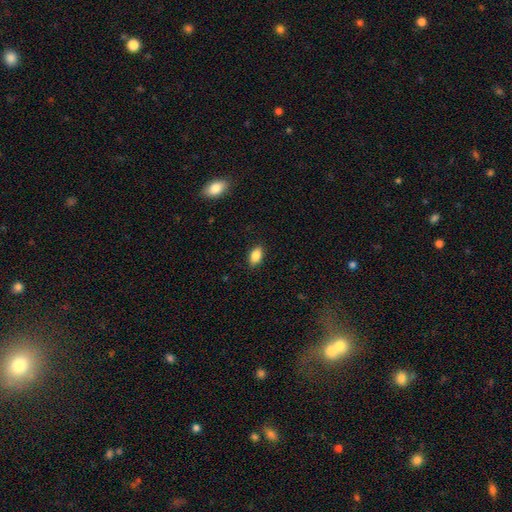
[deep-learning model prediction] The model was most divided on "smooth or featured": smooth: 86%, star or artifact: 8%, featured or disk: 6%. More confident: how rounded — in between (90%); merging — none (88%).